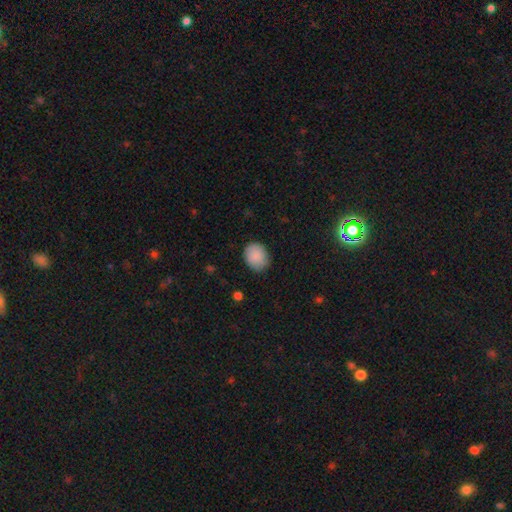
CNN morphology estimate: smooth-or-featured: smooth: 87% | star or artifact: 7% | featured or disk: 6%
  how-rounded: round: 53% | in between: 47% | cigar-shaped: 1%
  merging: none: 74% | minor disturbance: 21% | major disturbance: 4% | merger: 1%